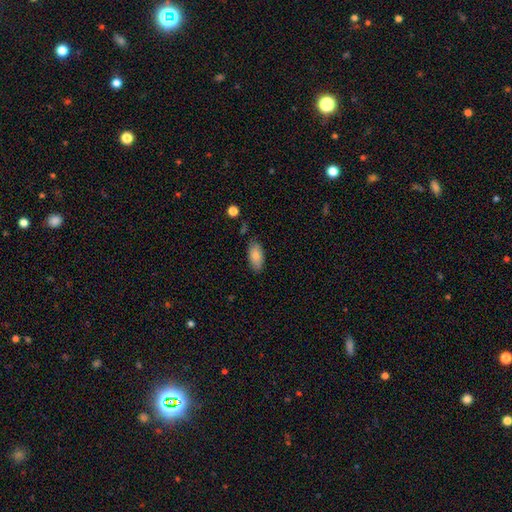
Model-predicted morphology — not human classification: Smooth or featured? smooth (83%)
How rounded? in between (92%)
Merging? none (78%)